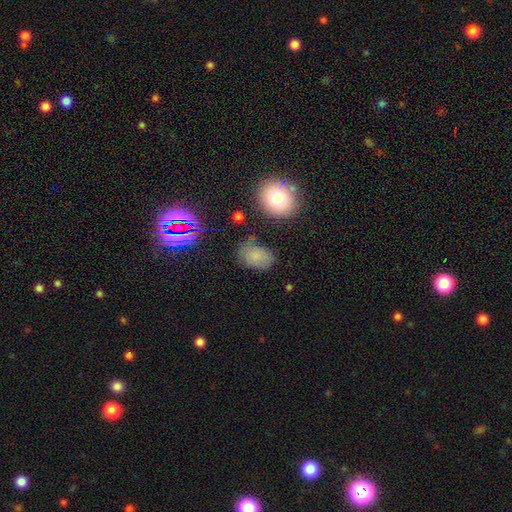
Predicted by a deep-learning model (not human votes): A smooth galaxy with no disk features (72%) that is in between round and cigar-shaped (82%).

Vote fractions:
- Smooth or featured? smooth: 72% / star or artifact: 16% / featured or disk: 12%
- How rounded? in between: 82% / round: 17% / cigar-shaped: 1%
- Merging? none: 68% / minor disturbance: 21% / major disturbance: 7% / merger: 4%